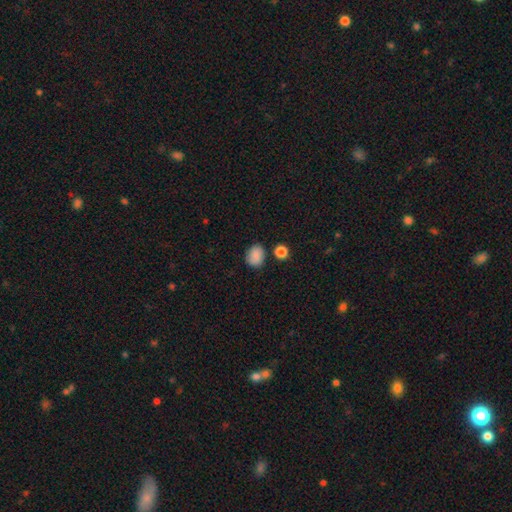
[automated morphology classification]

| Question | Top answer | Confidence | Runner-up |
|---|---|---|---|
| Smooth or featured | smooth | 85% | star or artifact (9%) |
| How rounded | in between | 50% | round (49%) |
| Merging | none | 78% | minor disturbance (14%) |